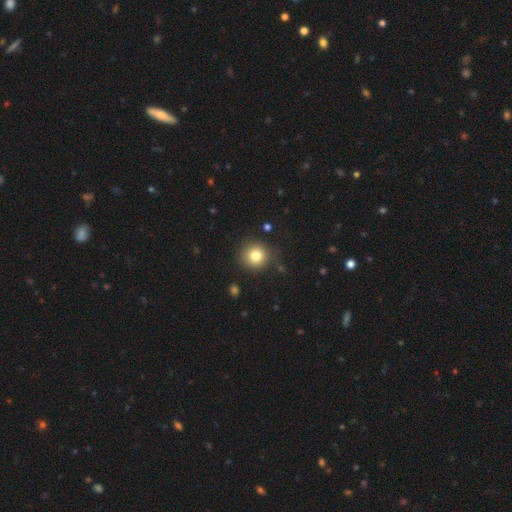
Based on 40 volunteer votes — Volunteers were most divided on "merging": none: 83%, minor disturbance: 14%, merger: 3%, major disturbance: 0%. More confident: how rounded — round (97%); smooth or featured — smooth (85%).